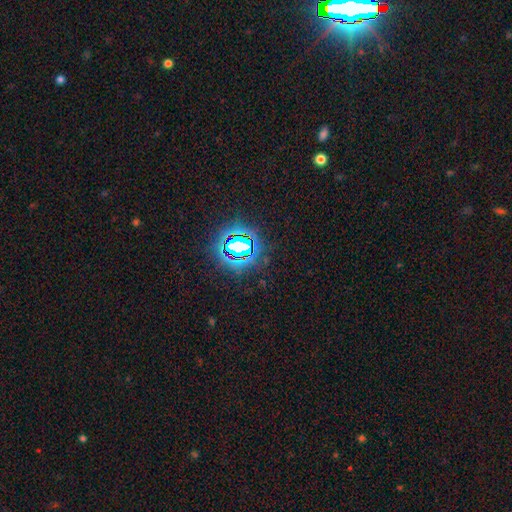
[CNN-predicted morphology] Q: Smooth or featured?
A: star or artifact (83%); runner-up: smooth (10%)